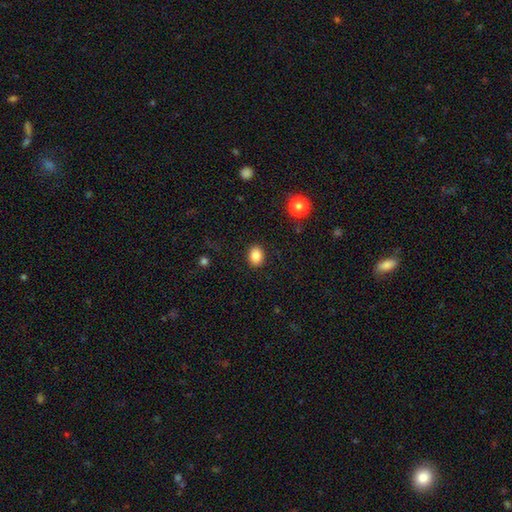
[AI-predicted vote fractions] smooth-or-featured: smooth: 85% | star or artifact: 10% | featured or disk: 5%
  how-rounded: in between: 60% | round: 39% | cigar-shaped: 1%
  merging: none: 89% | minor disturbance: 7% | major disturbance: 2% | merger: 1%